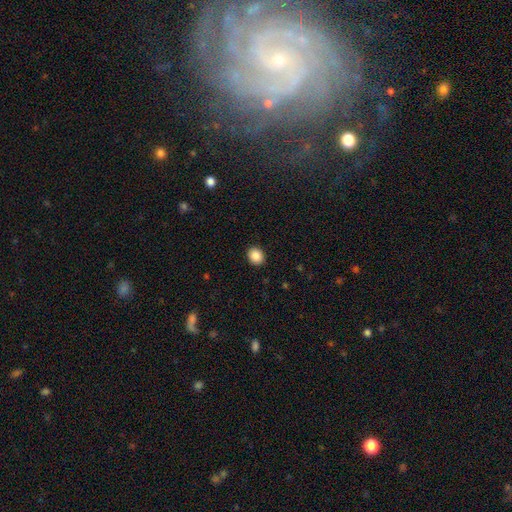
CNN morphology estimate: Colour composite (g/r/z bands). It shows a smooth galaxy with no disk features (89%) that is round (58%). Merging: none (91%).